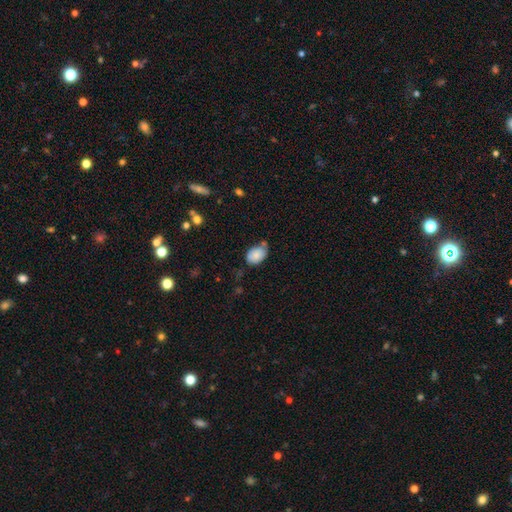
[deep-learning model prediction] Smooth or featured?
  - smooth: 83% *
  - featured or disk: 9%
  - star or artifact: 8%
How rounded?
  - in between: 84% *
  - round: 15%
  - cigar-shaped: 1%
Merging?
  - none: 56% *
  - minor disturbance: 28%
  - merger: 10%
  - major disturbance: 6%